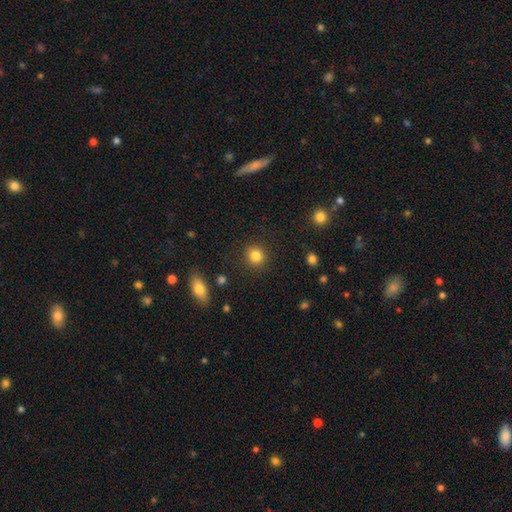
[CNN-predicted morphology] type=smooth (84%); roundness=round (86%); merging=none (90%).